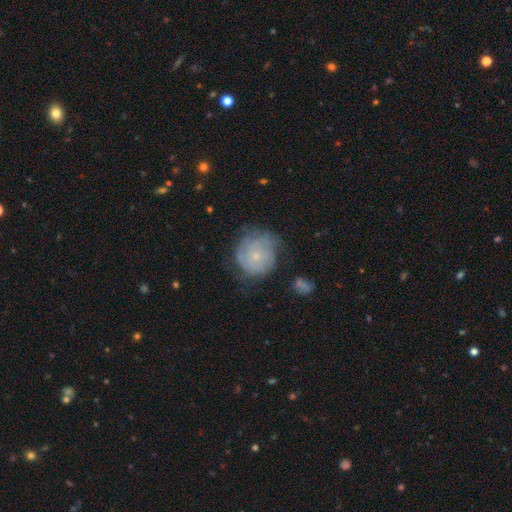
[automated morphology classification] Overall: featured or disk (51%; smooth 40%). Edge-on disk: no (97%). Merging: none (59%; minor disturbance 26%).